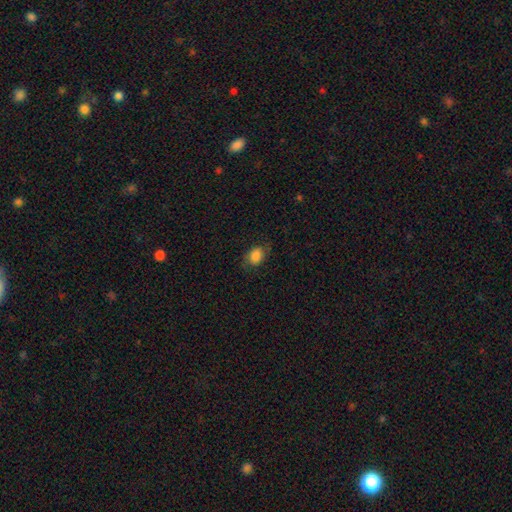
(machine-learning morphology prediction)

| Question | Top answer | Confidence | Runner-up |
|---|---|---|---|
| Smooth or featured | smooth | 82% | featured or disk (9%) |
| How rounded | in between | 71% | round (28%) |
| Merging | none | 73% | minor disturbance (19%) |